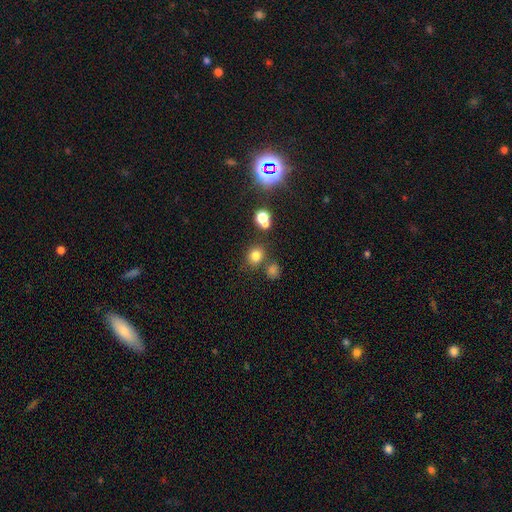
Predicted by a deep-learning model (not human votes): Smooth or featured?
  - smooth: 76% *
  - star or artifact: 17%
  - featured or disk: 7%
How rounded?
  - round: 73% *
  - in between: 26%
  - cigar-shaped: 1%
Merging?
  - none: 71% *
  - merger: 14%
  - minor disturbance: 11%
  - major disturbance: 4%